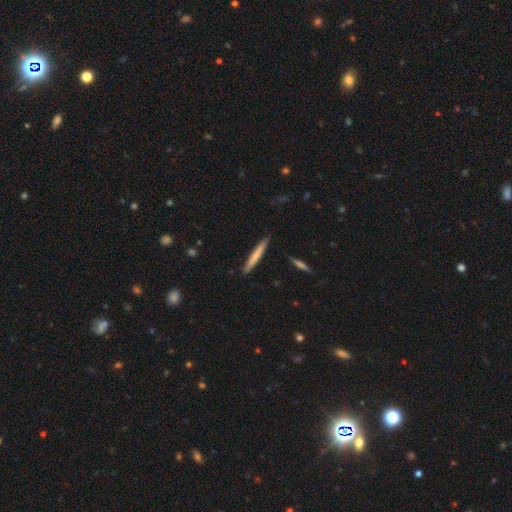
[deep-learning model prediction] Q: Smooth or featured?
A: smooth (70%); runner-up: featured or disk (25%)
Q: How rounded?
A: cigar-shaped (96%); runner-up: in between (3%)
Q: Merging?
A: none (89%); runner-up: minor disturbance (8%)